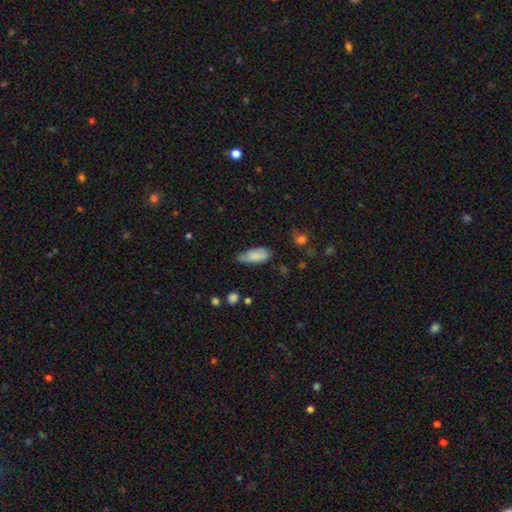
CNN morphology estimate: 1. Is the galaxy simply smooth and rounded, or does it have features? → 82% smooth, 11% featured or disk, 7% star or artifact.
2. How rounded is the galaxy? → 83% in between, 14% cigar-shaped, 2% round.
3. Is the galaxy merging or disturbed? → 50% none, 39% minor disturbance, 8% major disturbance, 2% merger.